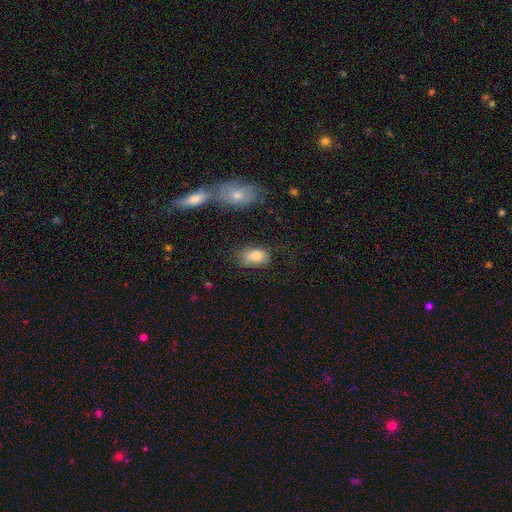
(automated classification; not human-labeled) Smooth or featured? Predicted: smooth (p=0.81). How rounded? Predicted: in between (p=0.89). Merging? Predicted: none (p=0.54).